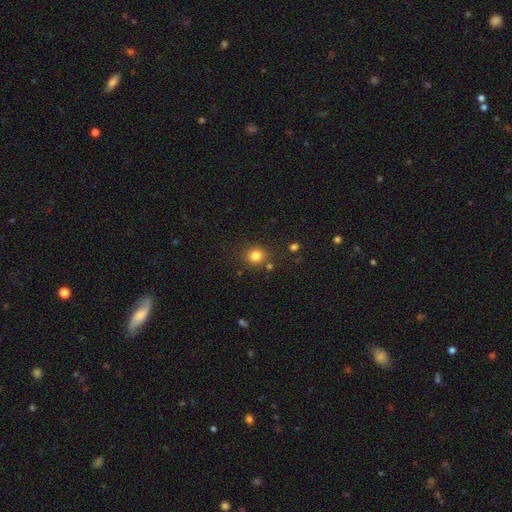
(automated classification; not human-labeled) smooth_or_featured: smooth (p=0.80) [alt: star or artifact p=0.14]
how_rounded: round (p=0.87) [alt: in between p=0.12]
merging: none (p=0.80) [alt: minor disturbance p=0.10]